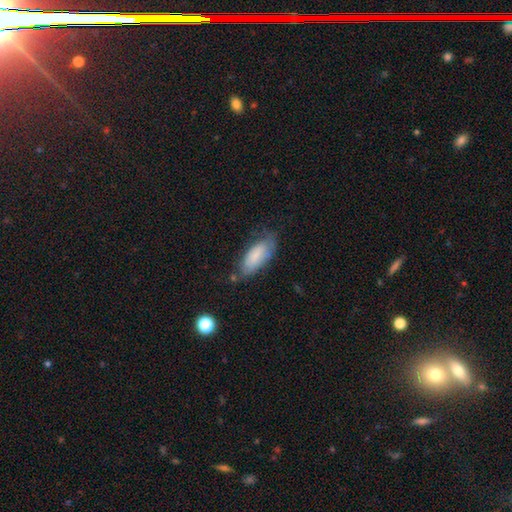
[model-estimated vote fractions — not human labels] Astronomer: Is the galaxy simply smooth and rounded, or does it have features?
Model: smooth — 75%.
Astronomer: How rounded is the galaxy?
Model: in between — 81%.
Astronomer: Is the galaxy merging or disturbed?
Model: none — 56% (runner-up: minor disturbance, 31%).